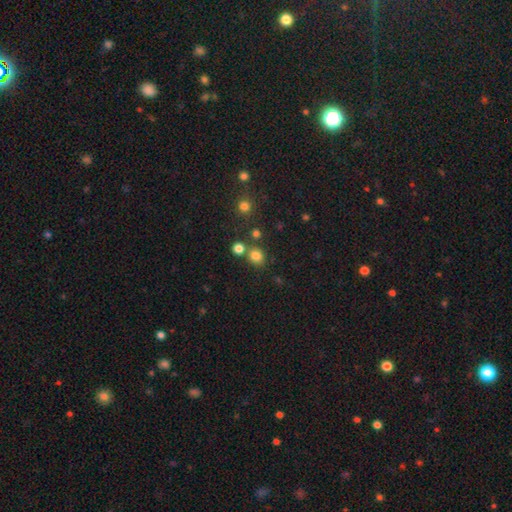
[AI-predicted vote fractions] A smooth galaxy with no disk features (79%) that is round (80%).

Vote fractions:
- Smooth or featured? smooth: 79% / star or artifact: 15% / featured or disk: 5%
- How rounded? round: 80% / in between: 20% / cigar-shaped: 1%
- Merging? none: 74% / merger: 14% / minor disturbance: 9% / major disturbance: 3%